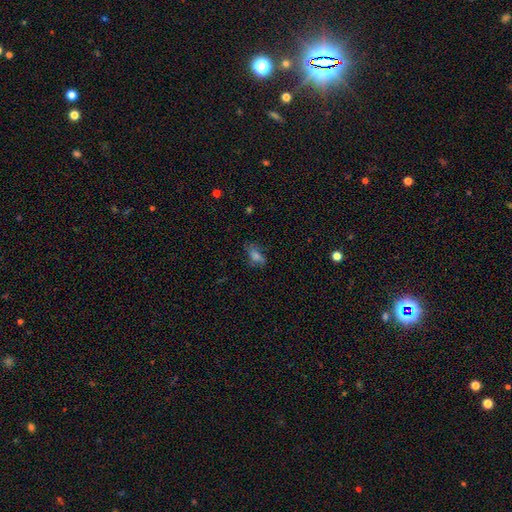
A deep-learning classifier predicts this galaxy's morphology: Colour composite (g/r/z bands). It shows a smooth galaxy with no disk features (54%) that is in between round and cigar-shaped (77%). Merging: none (64%).